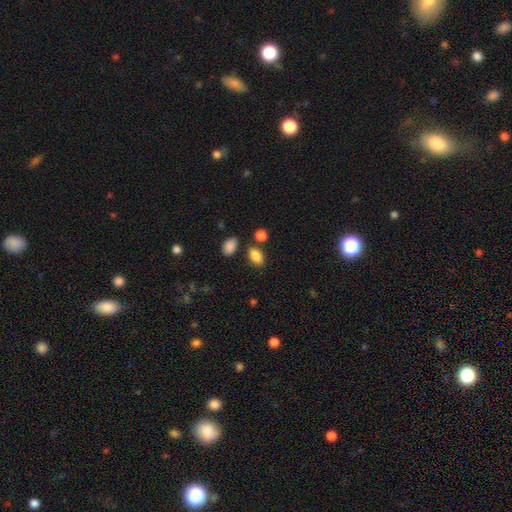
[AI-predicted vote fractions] Smooth or featured? Predicted: smooth (p=0.87). How rounded? Predicted: in between (p=0.88). Merging? Predicted: none (p=0.75).